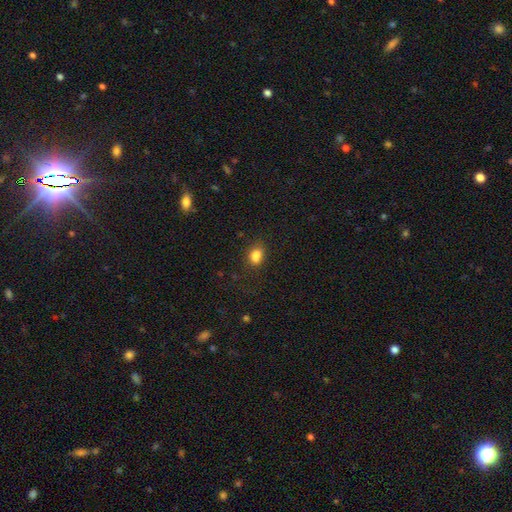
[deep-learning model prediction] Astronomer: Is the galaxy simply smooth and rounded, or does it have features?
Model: smooth — 83%.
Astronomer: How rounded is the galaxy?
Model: in between — 73%.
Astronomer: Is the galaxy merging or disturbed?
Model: none — 69%.